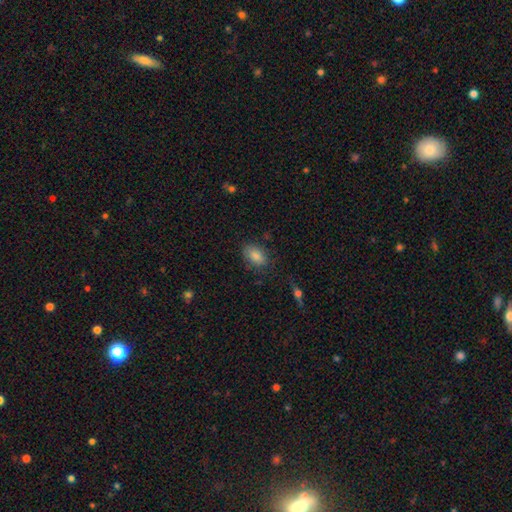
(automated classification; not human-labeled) This appears to be a smooth galaxy with no disk features (83%) that is in between round and cigar-shaped (89%). Merging: none (79%).